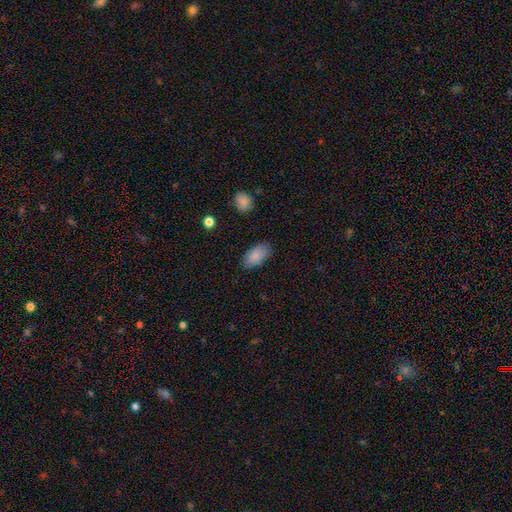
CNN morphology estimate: This appears to be a smooth galaxy with no disk features (86%) that is in between round and cigar-shaped (93%). Merging: none (81%).